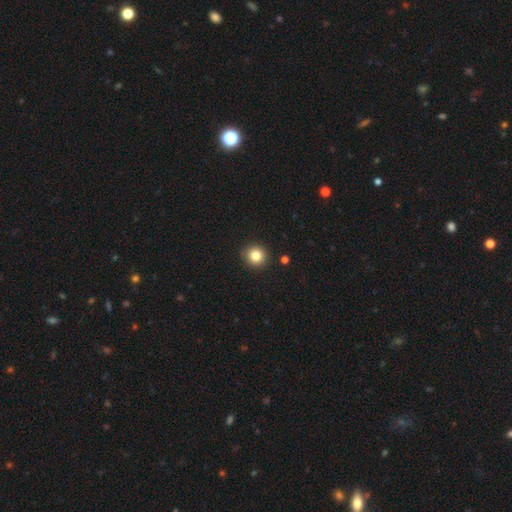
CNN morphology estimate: smooth 83%, star or artifact 11%, featured or disk 6%. Down the decision tree: how rounded — round (93%); merging — none (91%).